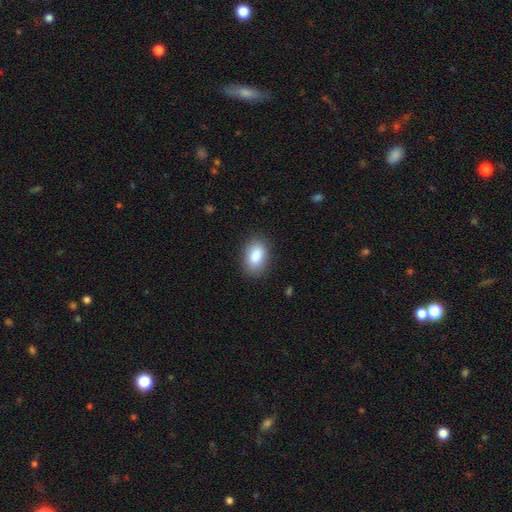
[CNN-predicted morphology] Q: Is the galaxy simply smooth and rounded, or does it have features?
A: smooth — 86%.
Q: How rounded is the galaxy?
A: in between — 88%.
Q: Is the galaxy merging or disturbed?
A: none — 84%.